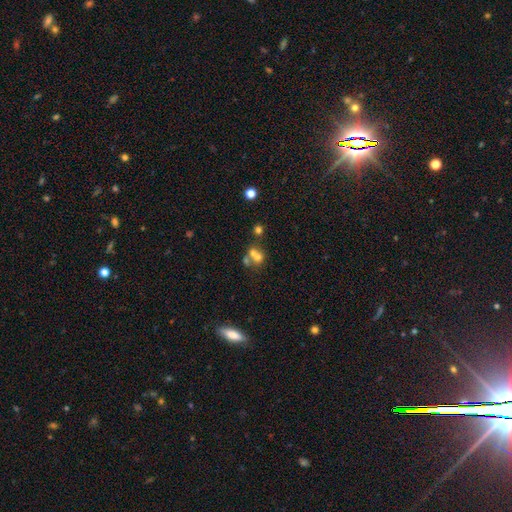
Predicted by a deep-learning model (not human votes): Smooth or featured: smooth — 57% (featured or disk — 25%)
How rounded: round — 72% (in between — 27%)
Merging: merger — 58% (none — 30%)